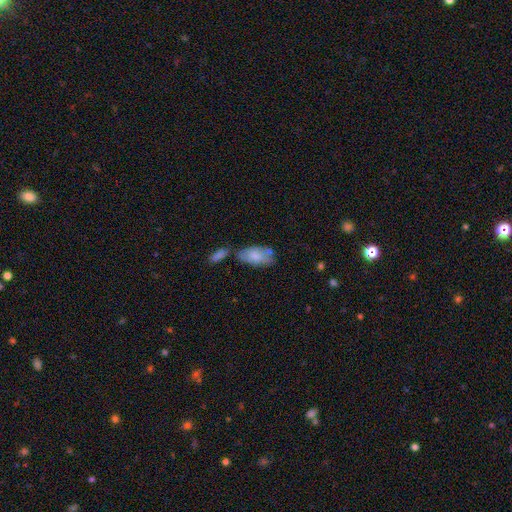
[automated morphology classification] A smooth galaxy with no disk features (73%) that is in between round and cigar-shaped (90%).

Vote fractions:
- Smooth or featured? smooth: 73% / featured or disk: 20% / star or artifact: 7%
- How rounded? in between: 90% / cigar-shaped: 8% / round: 2%
- Merging? none: 43% / merger: 26% / minor disturbance: 22% / major disturbance: 9%